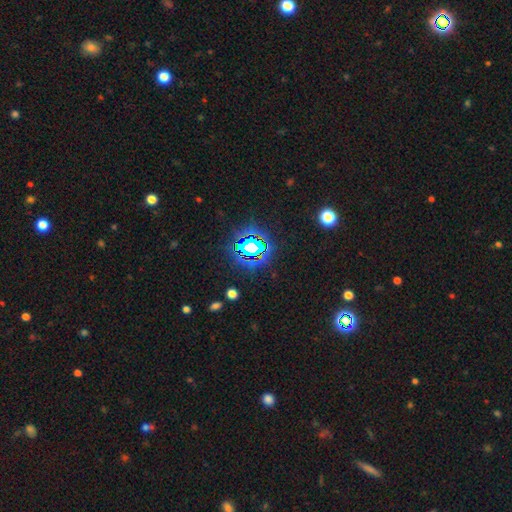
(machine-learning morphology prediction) Q: Smooth or featured?
A: star or artifact (81%); runner-up: smooth (12%)